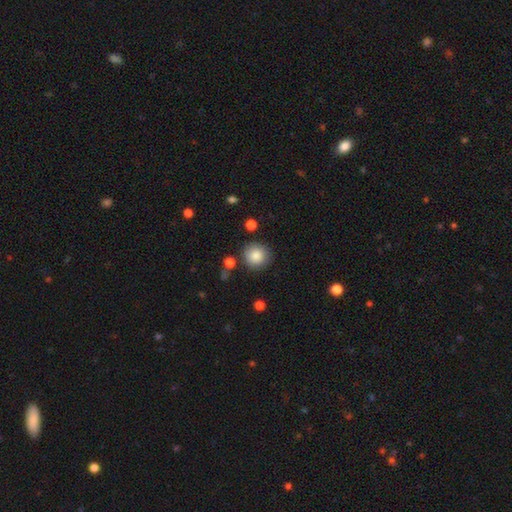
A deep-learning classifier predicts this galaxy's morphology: smooth-or-featured: smooth: 86% | star or artifact: 8% | featured or disk: 6%
  how-rounded: round: 94% | in between: 5% | cigar-shaped: 1%
  merging: none: 86% | minor disturbance: 9% | merger: 3% | major disturbance: 3%